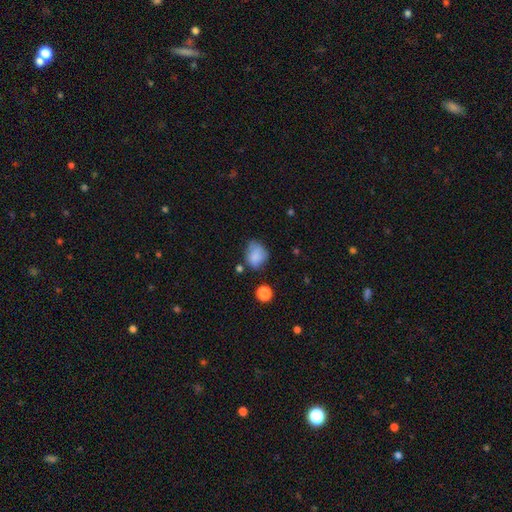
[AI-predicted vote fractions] Q: Smooth or featured?
A: smooth (81%); runner-up: star or artifact (10%)
Q: How rounded?
A: round (55%); runner-up: in between (44%)
Q: Merging?
A: none (53%); runner-up: minor disturbance (31%)